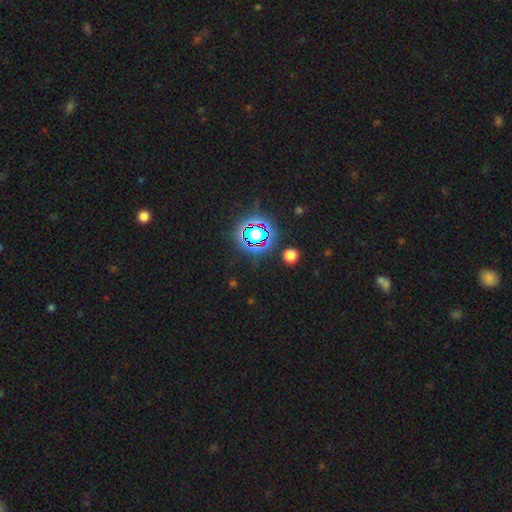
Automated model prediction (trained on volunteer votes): Smooth or featured? Predicted: star or artifact (p=0.78).